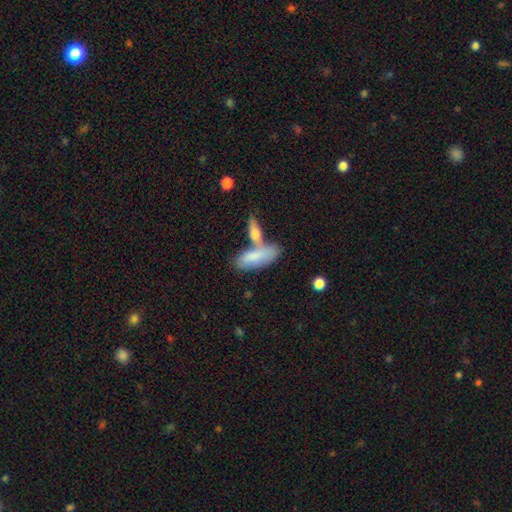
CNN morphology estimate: smooth-or-featured: smooth: 77% | featured or disk: 18% | star or artifact: 6%
  how-rounded: in between: 71% | cigar-shaped: 27% | round: 2%
  merging: merger: 40% (tied) | none: 40% (tied) | minor disturbance: 14% | major disturbance: 5%